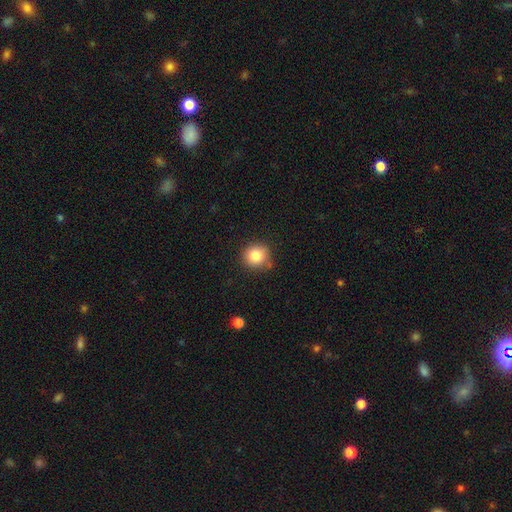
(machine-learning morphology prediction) smooth-or-featured: smooth: 84% | star or artifact: 10% | featured or disk: 6%
  how-rounded: round: 89% | in between: 10% | cigar-shaped: 1%
  merging: none: 79% | minor disturbance: 15% | major disturbance: 3% | merger: 3%